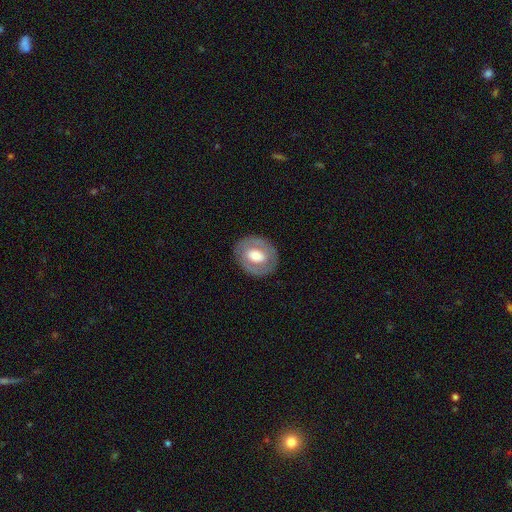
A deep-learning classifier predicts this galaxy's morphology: Smooth or featured? featured or disk (48%)
Merging? none (83%)